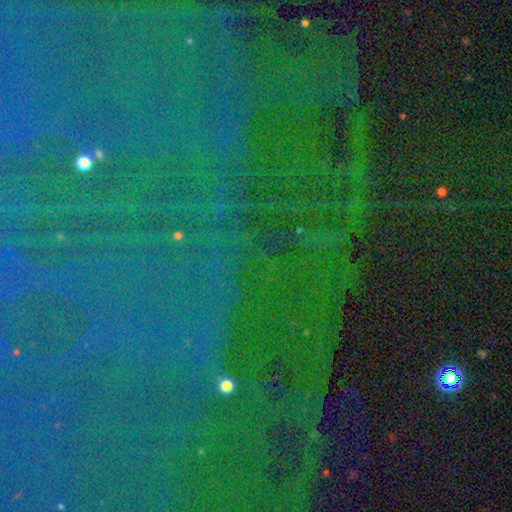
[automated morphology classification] A star or artifact, not a galaxy (86%).

Vote fractions:
- Smooth or featured? star or artifact: 86% / featured or disk: 8% / smooth: 6%